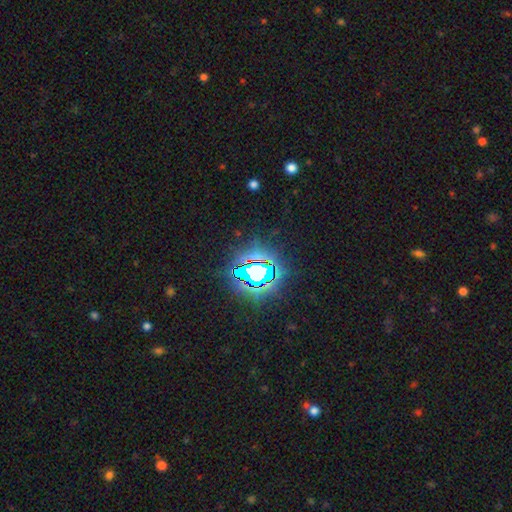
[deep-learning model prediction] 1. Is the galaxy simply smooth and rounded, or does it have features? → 77% star or artifact, 14% smooth, 10% featured or disk.